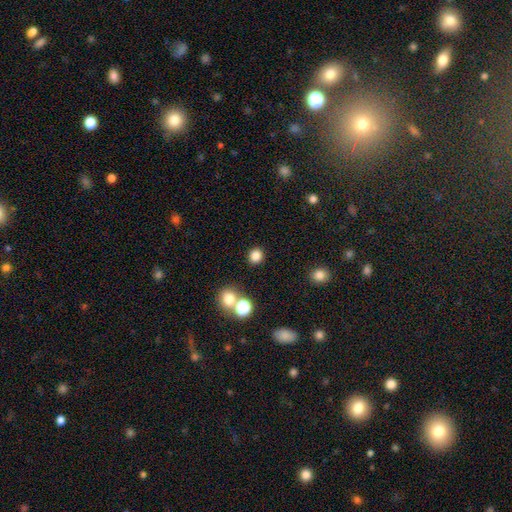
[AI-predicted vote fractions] Smooth or featured: smooth — 83% (star or artifact — 13%)
How rounded: round — 85% (in between — 14%)
Merging: none — 87% (minor disturbance — 6%)